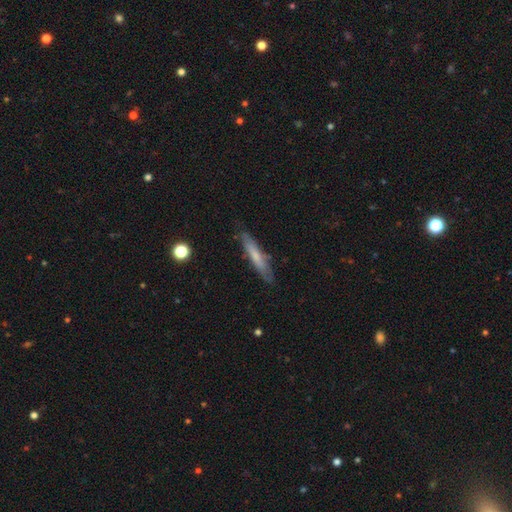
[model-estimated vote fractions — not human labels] Overall: smooth (58%; featured or disk 35%). How rounded: cigar-shaped (89%). Merging: none (80%).